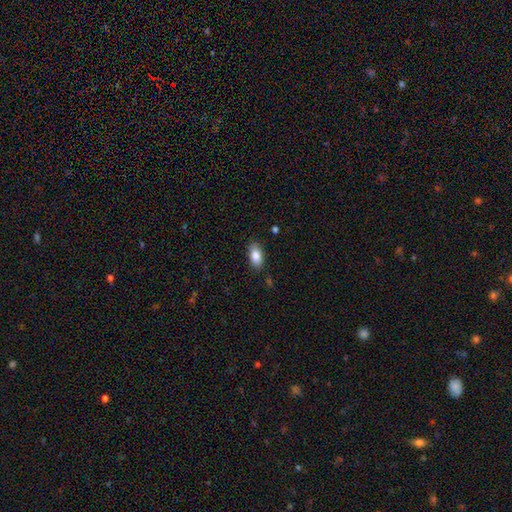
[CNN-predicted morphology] Overall: smooth (86%). How rounded: in between (92%). Merging: none (85%).